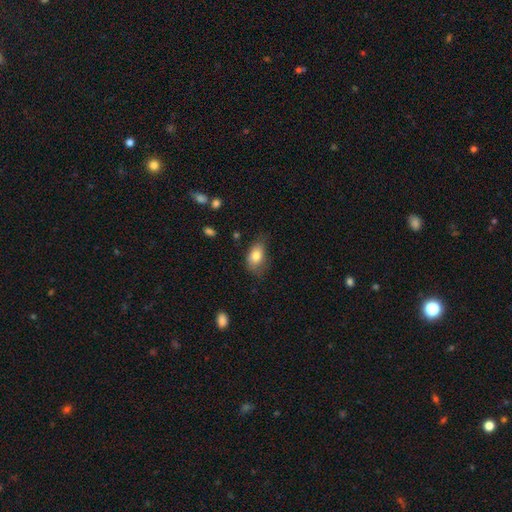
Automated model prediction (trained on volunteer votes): smooth-or-featured: smooth: 80% | featured or disk: 12% | star or artifact: 8%
  how-rounded: in between: 86% | round: 12% | cigar-shaped: 2%
  merging: none: 55% | minor disturbance: 33% | major disturbance: 10% | merger: 2%